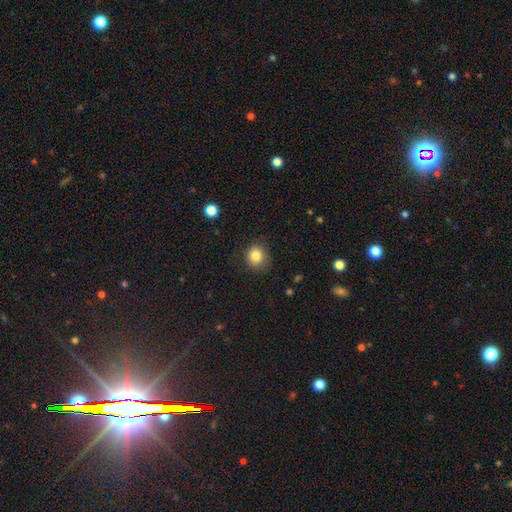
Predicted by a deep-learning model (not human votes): smooth-or-featured: smooth: 83% | star or artifact: 11% | featured or disk: 6%
  how-rounded: round: 81% | in between: 18% | cigar-shaped: 1%
  merging: none: 79% | minor disturbance: 15% | major disturbance: 4% | merger: 1%